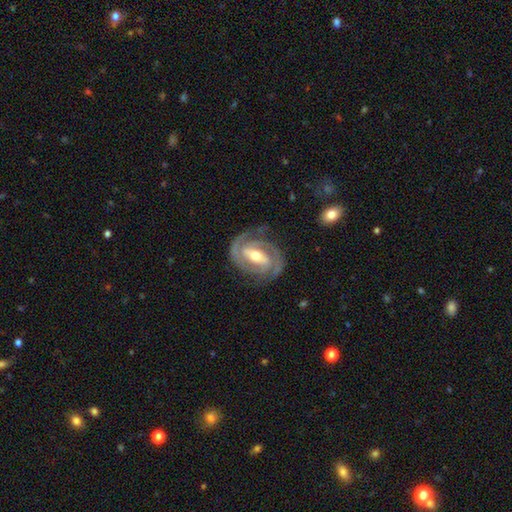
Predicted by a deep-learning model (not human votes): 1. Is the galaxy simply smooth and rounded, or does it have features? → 92% featured or disk, 5% smooth, 4% star or artifact.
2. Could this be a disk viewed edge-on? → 97% no, 3% yes.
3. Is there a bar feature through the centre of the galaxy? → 51% strong, 35% weak, 14% no.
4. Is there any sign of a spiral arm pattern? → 98% yes, 2% no.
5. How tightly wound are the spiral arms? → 59% tight, 36% medium, 5% loose.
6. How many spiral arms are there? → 88% 2, 5% 3, 3% can't tell, 2% 1, 1% 4, 1% more than 4.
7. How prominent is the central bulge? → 67% moderate, 23% small, 7% large, 1% none, 1% dominant.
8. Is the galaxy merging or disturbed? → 80% none, 13% minor disturbance, 5% major disturbance, 1% merger.